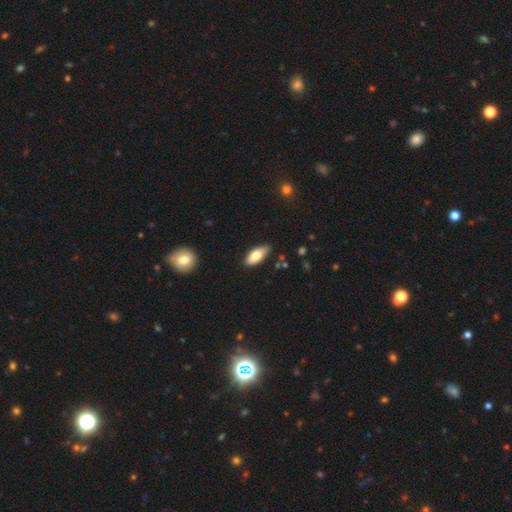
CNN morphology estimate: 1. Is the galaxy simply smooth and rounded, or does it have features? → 74% smooth, 20% featured or disk, 6% star or artifact.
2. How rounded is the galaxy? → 82% in between, 15% cigar-shaped, 2% round.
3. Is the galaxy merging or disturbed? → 85% none, 12% minor disturbance, 2% major disturbance, 2% merger.